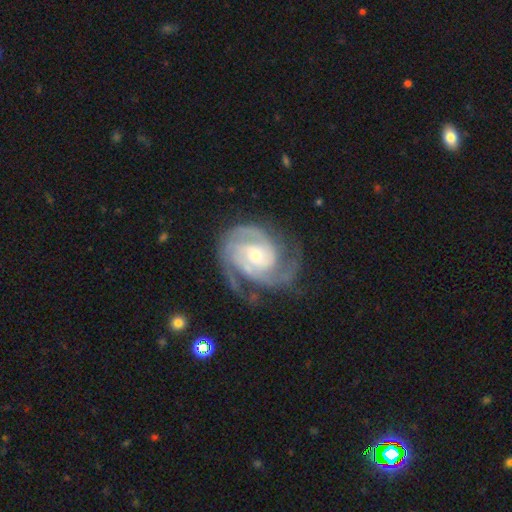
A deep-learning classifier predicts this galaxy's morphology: Smooth or featured? Predicted: featured or disk (p=0.92). Edge-on disk? Predicted: no (p=0.98). Bar? Predicted: no (p=0.56). Spiral arms? Predicted: yes (p=0.98). Spiral winding? Predicted: tight (p=0.59). Spiral arm count? Predicted: 3 (p=0.38). Bulge size? Predicted: small (p=0.54). Merging? Predicted: none (p=0.68).